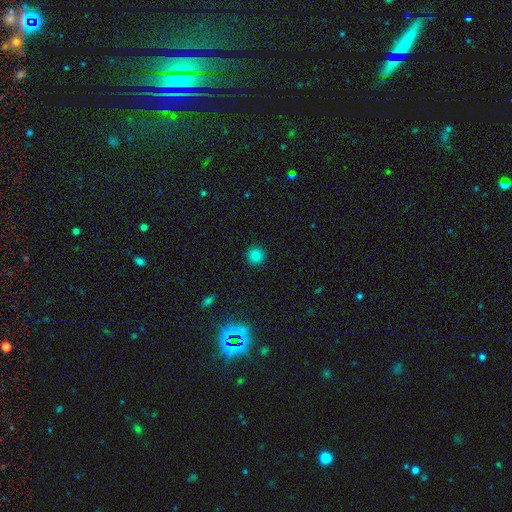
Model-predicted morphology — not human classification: This is clearly a smooth galaxy (83%). How rounded: clearly round (94%). Merging: clearly none (92%).